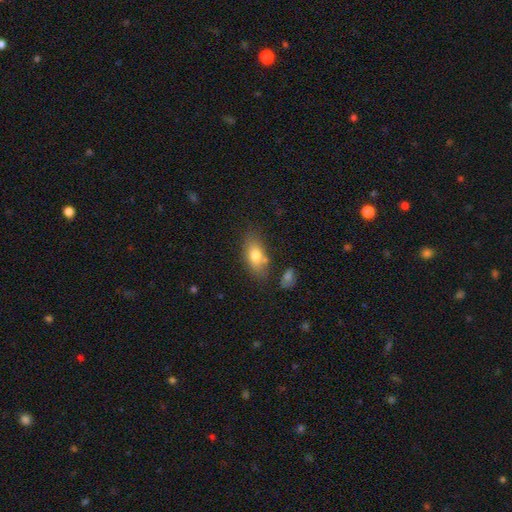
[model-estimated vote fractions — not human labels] This is likely a smooth galaxy (75%). How rounded: clearly in between (85%). Merging: likely none (70%).